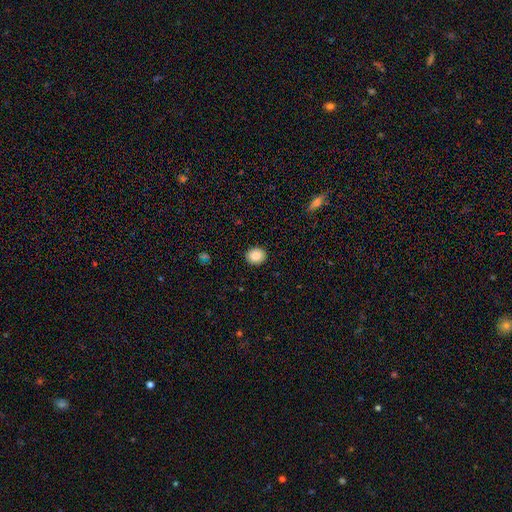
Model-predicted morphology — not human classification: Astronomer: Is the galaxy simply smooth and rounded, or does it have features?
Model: smooth — 86%.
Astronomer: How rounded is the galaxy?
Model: round — 77%.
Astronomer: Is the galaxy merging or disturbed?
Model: none — 91%.